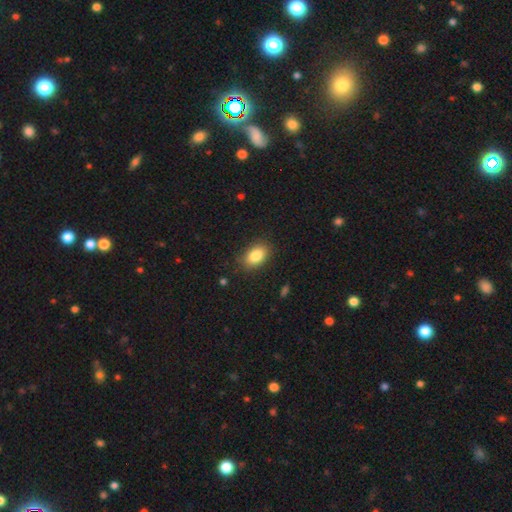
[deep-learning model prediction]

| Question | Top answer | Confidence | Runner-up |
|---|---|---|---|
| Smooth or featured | smooth | 85% | star or artifact (8%) |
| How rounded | in between | 87% | round (11%) |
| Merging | none | 84% | minor disturbance (12%) |